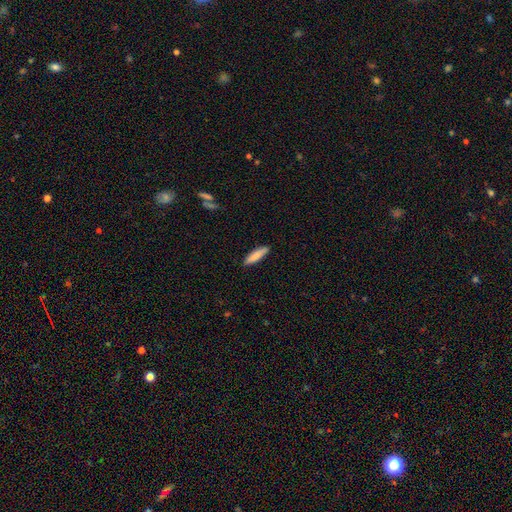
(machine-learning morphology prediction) type=smooth (84%); roundness=cigar-shaped (74%); merging=none (88%).